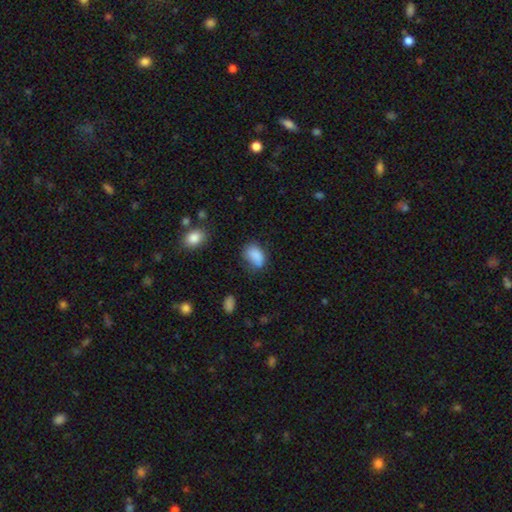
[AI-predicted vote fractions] smooth-or-featured: smooth: 85% | star or artifact: 9% | featured or disk: 6%
  how-rounded: in between: 84% | round: 14% | cigar-shaped: 2%
  merging: none: 55% | minor disturbance: 31% | major disturbance: 10% | merger: 4%